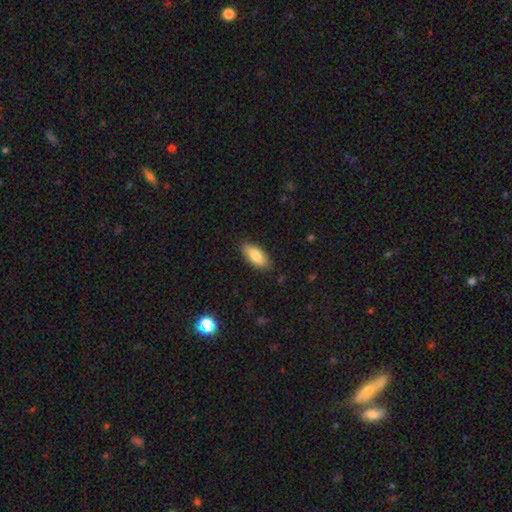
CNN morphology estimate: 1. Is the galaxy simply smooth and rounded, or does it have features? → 84% smooth, 10% featured or disk, 6% star or artifact.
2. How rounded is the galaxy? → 86% in between, 12% cigar-shaped, 2% round.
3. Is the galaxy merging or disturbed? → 84% none, 13% minor disturbance, 2% major disturbance, 1% merger.